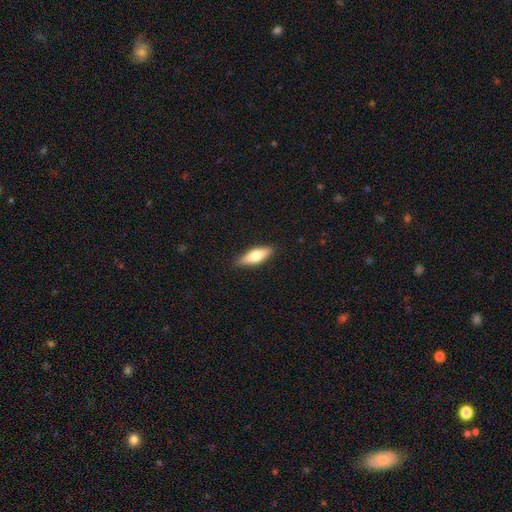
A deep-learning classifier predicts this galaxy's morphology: Overall: smooth (62%; featured or disk 32%). How rounded: in between (53%; cigar-shaped 44%). Merging: none (89%).